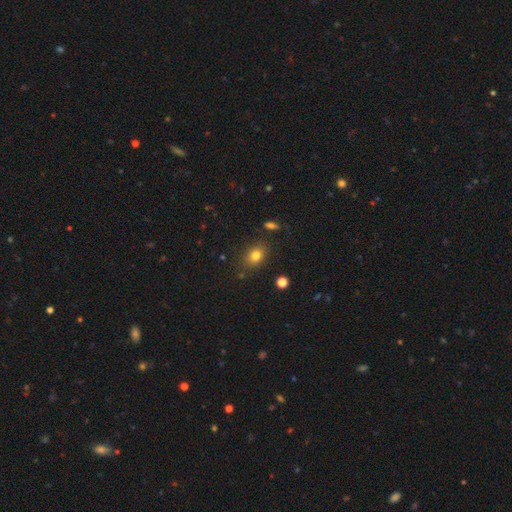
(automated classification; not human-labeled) The model was most divided on "how rounded": in between: 62%, round: 36%, cigar-shaped: 2%. More confident: merging — none (81%); smooth or featured — smooth (79%).